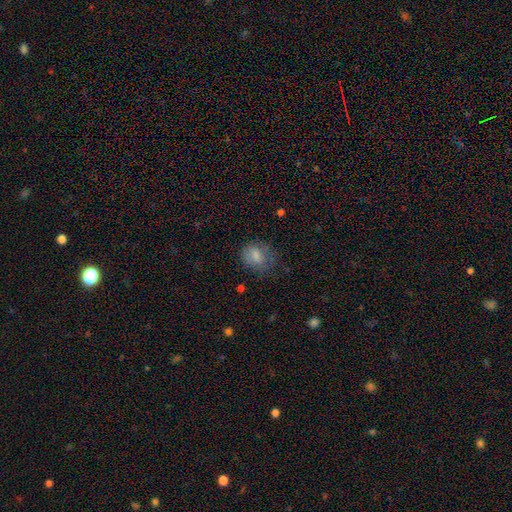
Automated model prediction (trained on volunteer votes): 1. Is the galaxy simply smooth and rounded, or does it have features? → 76% smooth, 14% featured or disk, 10% star or artifact.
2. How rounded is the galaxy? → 57% round, 42% in between, 1% cigar-shaped.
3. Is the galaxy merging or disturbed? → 59% none, 26% minor disturbance, 14% major disturbance, 2% merger.